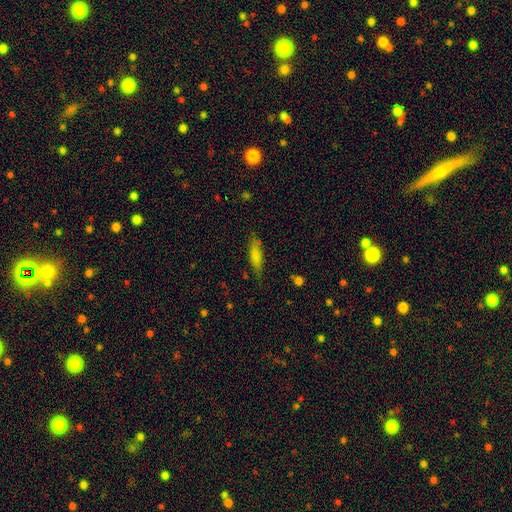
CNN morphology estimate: This appears to be a smooth galaxy with no disk features (77%) that is cigar-shaped (59%). Merging: none (71%).